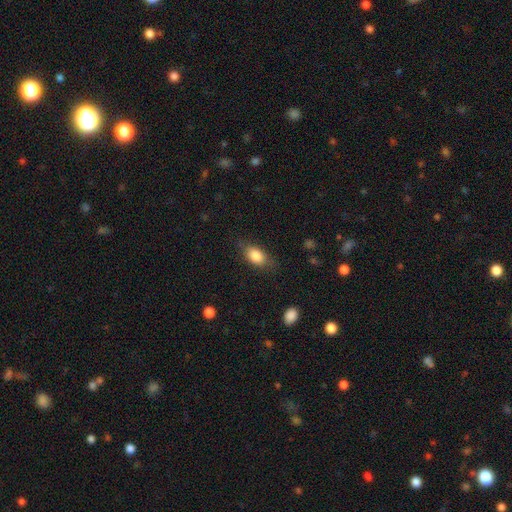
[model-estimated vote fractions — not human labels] Morphology: type=smooth (83%); roundness=in between (86%); merging=none (76%).